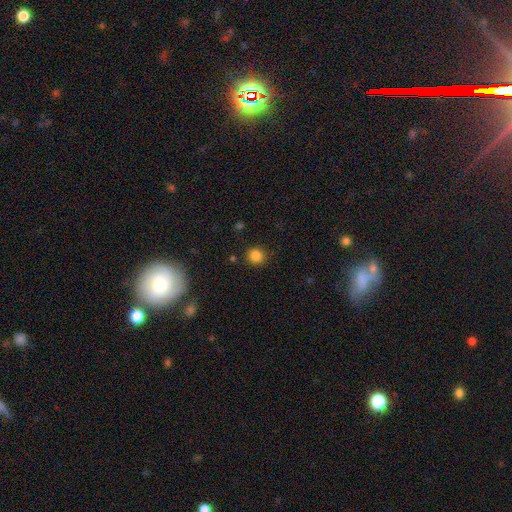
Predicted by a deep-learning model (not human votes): A smooth galaxy with no disk features (84%) that is round (93%). Merging: none (89%).